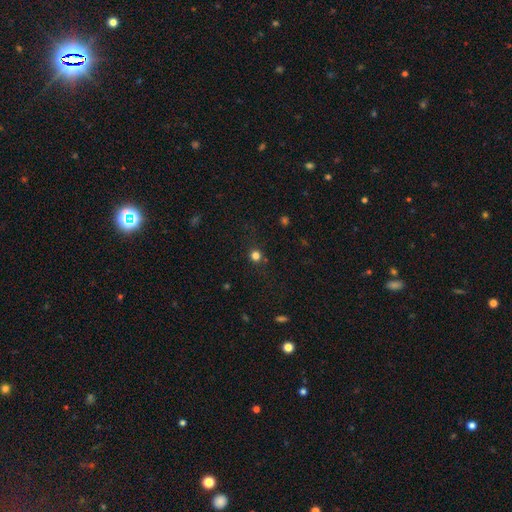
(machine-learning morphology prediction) Smooth or featured? smooth (76%)
How rounded? round (93%)
Merging? none (84%)